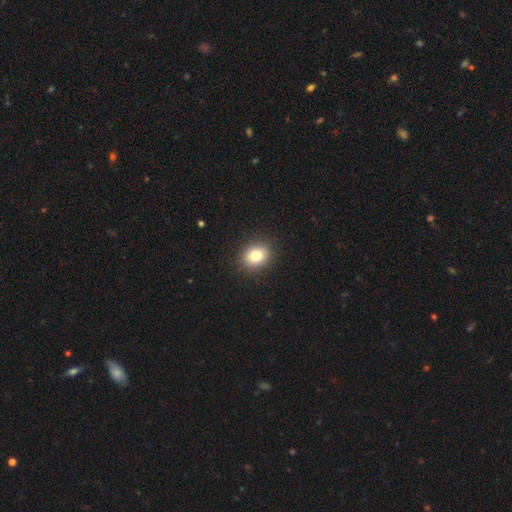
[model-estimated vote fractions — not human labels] This appears to be a smooth galaxy with no disk features (82%) that is round (52%). Merging: none (90%).